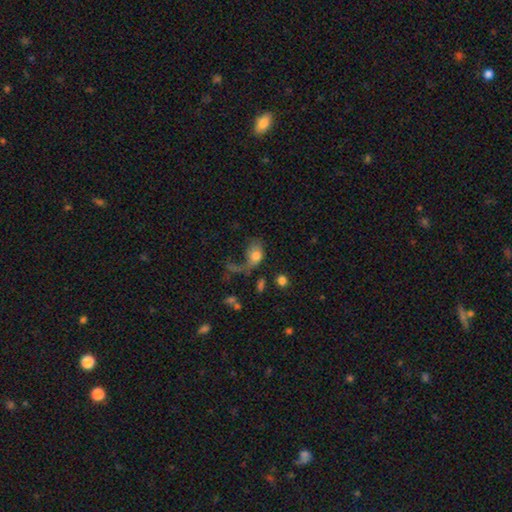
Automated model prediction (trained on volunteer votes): Morphology: type=smooth (66%); roundness=in between (74%); merging=major disturbance (52%).